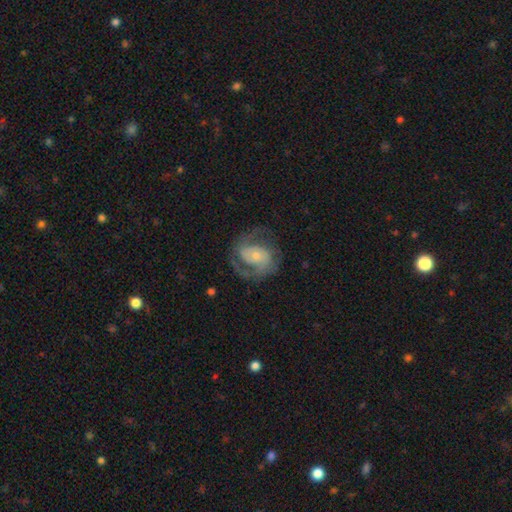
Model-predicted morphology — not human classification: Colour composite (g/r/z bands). It shows a featured or disk galaxy (81%) with no bar (61%), 2 (77%) medium (49%) spiral arms (93%) and a small central bulge (61%). Merging: none (67%).